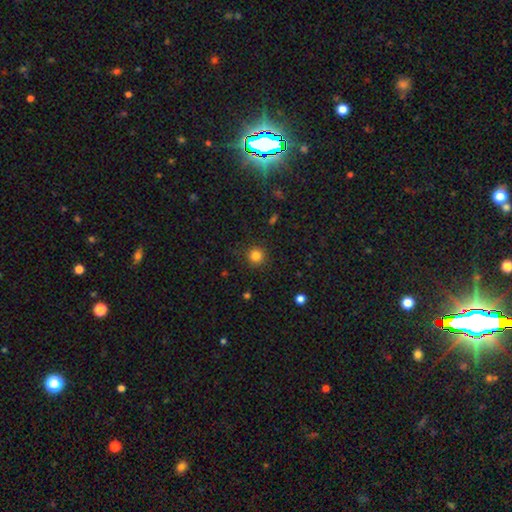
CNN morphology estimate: A smooth galaxy with no disk features (83%) that is round (94%).

Vote fractions:
- Smooth or featured? smooth: 83% / star or artifact: 12% / featured or disk: 5%
- How rounded? round: 94% / in between: 5% / cigar-shaped: 1%
- Merging? none: 90% / minor disturbance: 6% / major disturbance: 2% / merger: 1%